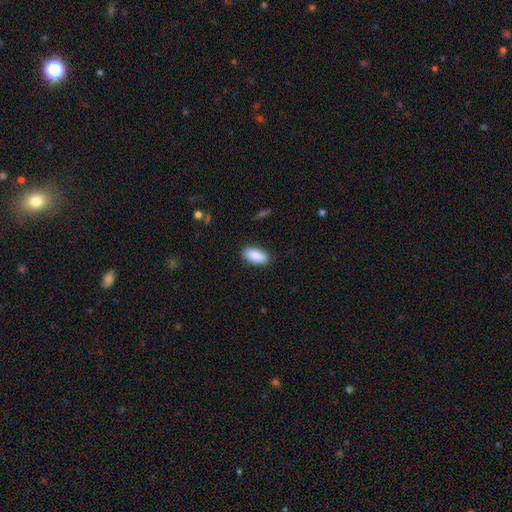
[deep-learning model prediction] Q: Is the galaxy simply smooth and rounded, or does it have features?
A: smooth — 90%.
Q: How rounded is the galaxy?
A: in between — 90%.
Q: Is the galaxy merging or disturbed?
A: none — 87%.